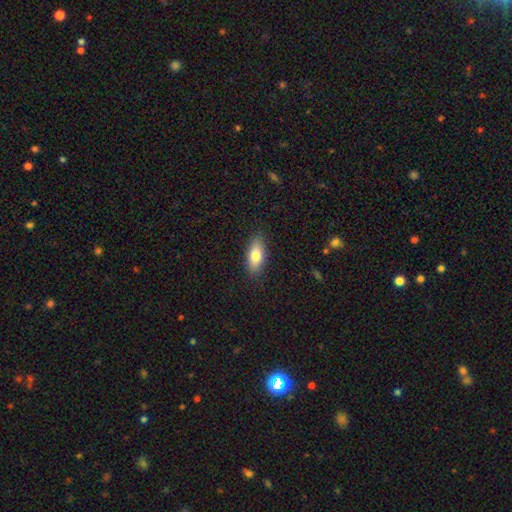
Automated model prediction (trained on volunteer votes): smooth 79%, featured or disk 14%, star or artifact 7%. Down the decision tree: how rounded — in between (82%); merging — none (87%).